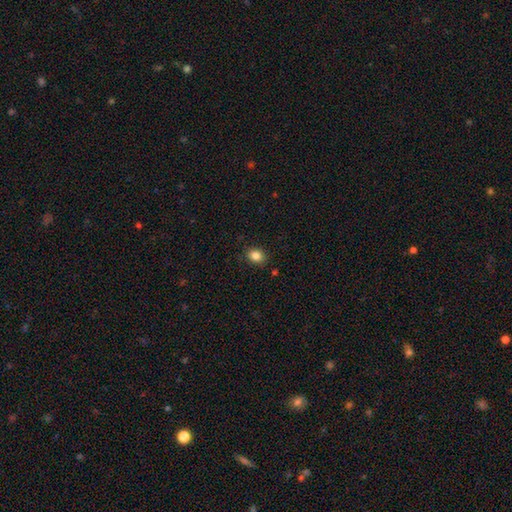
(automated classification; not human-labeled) Smooth or featured: smooth — 85% (star or artifact — 10%)
How rounded: in between — 60% (round — 39%)
Merging: none — 86% (minor disturbance — 10%)